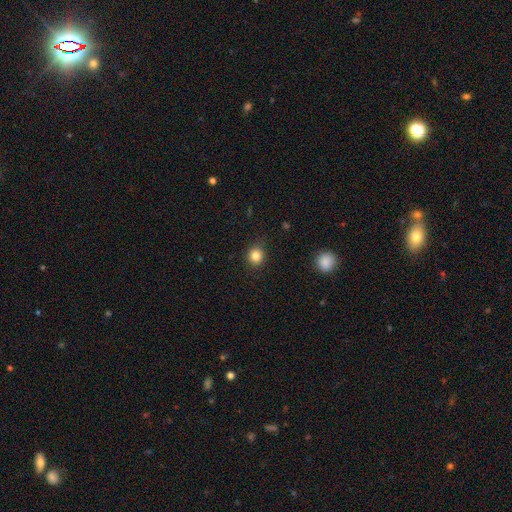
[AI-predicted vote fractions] A smooth galaxy with no disk features (84%) that is round (87%).

Vote fractions:
- Smooth or featured? smooth: 84% / star or artifact: 11% / featured or disk: 5%
- How rounded? round: 87% / in between: 12% / cigar-shaped: 1%
- Merging? none: 88% / minor disturbance: 9% / major disturbance: 2% / merger: 1%